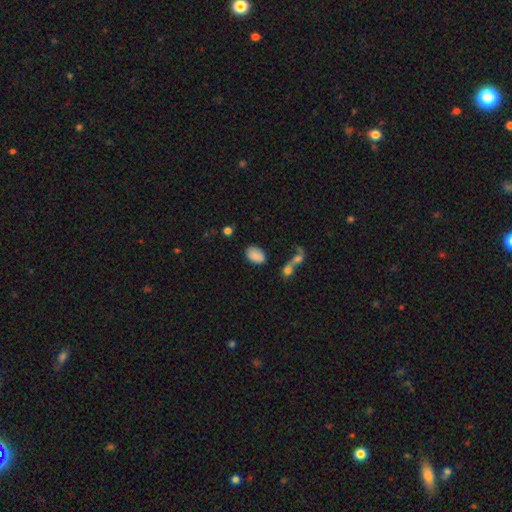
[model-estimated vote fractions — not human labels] This appears to be a smooth galaxy with no disk features (84%) that is in between round and cigar-shaped (89%). Merging: none (68%).